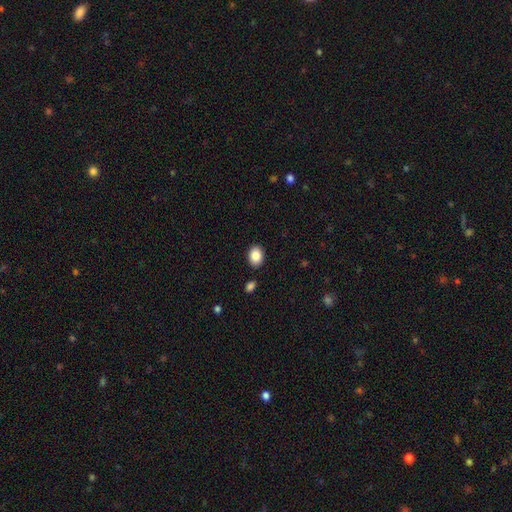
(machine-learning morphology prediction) The model was most divided on "how rounded": in between: 70%, round: 29%, cigar-shaped: 1%. More confident: smooth or featured — smooth (87%); merging — none (87%).